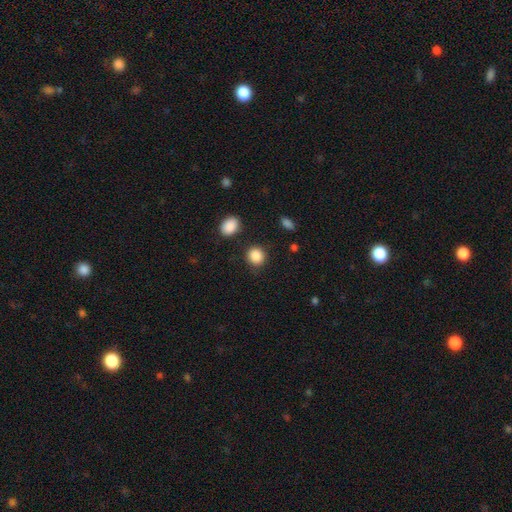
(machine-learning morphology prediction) Q: Smooth or featured?
A: smooth (88%); runner-up: star or artifact (9%)
Q: How rounded?
A: round (83%); runner-up: in between (16%)
Q: Merging?
A: none (87%); runner-up: minor disturbance (7%)